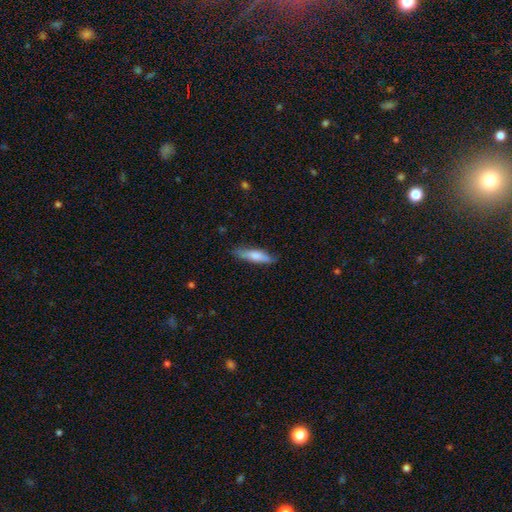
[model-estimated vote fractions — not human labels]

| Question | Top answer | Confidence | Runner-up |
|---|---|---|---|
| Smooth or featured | smooth | 70% | featured or disk (24%) |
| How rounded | cigar-shaped | 72% | in between (26%) |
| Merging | none | 80% | minor disturbance (16%) |